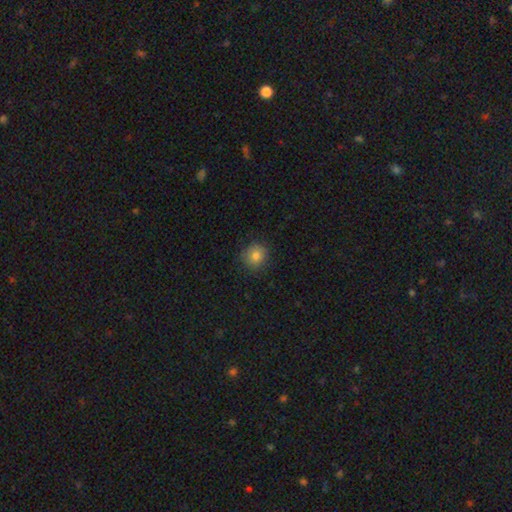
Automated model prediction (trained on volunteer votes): A smooth galaxy with no disk features (82%) that is round (90%).

Vote fractions:
- Smooth or featured? smooth: 82% / star or artifact: 11% / featured or disk: 7%
- How rounded? round: 90% / in between: 9% / cigar-shaped: 1%
- Merging? none: 87% / minor disturbance: 9% / major disturbance: 2% / merger: 1%